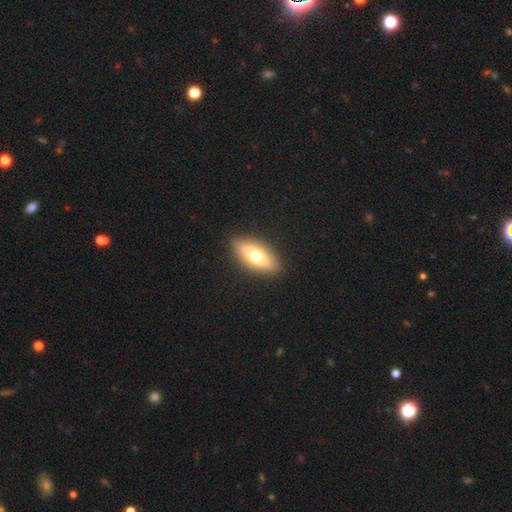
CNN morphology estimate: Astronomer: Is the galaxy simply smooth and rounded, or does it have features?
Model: smooth — 67%.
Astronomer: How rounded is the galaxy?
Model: in between — 82%.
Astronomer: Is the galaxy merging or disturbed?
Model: none — 89%.